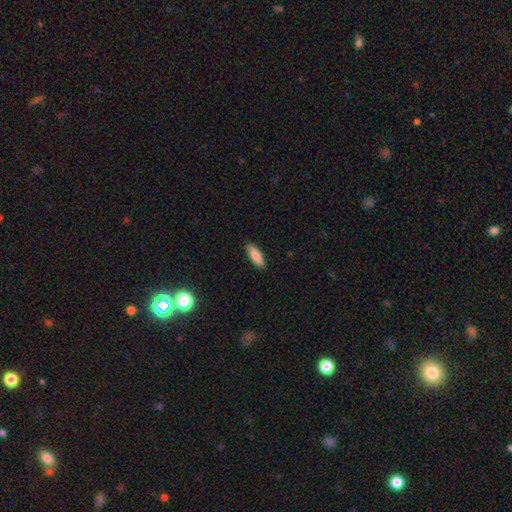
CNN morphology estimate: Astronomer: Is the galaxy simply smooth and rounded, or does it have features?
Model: smooth — 86%.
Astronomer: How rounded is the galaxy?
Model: in between — 50% (runner-up: cigar-shaped, 48%).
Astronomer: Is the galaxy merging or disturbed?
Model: none — 88%.